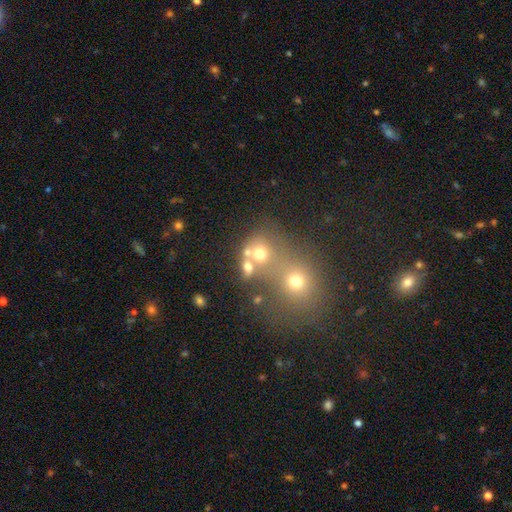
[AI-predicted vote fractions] Smooth or featured?
  - smooth: 60% *
  - star or artifact: 24%
  - featured or disk: 16%
How rounded?
  - round: 73% *
  - in between: 25%
  - cigar-shaped: 1%
Merging?
  - merger: 50% *
  - none: 37%
  - minor disturbance: 8%
  - major disturbance: 5%